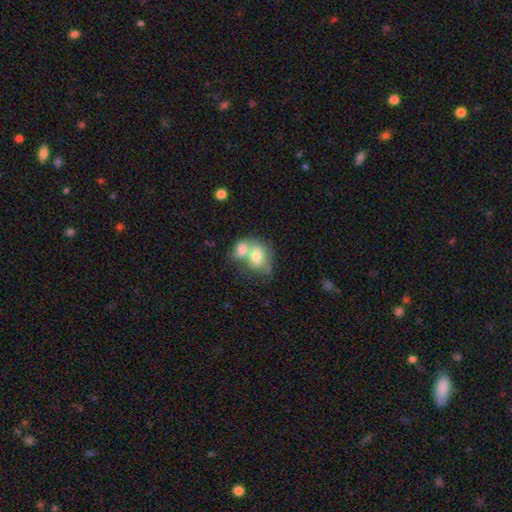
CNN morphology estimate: A smooth galaxy with no disk features (70%) that is in between round and cigar-shaped (71%). Merging: merger (69%).